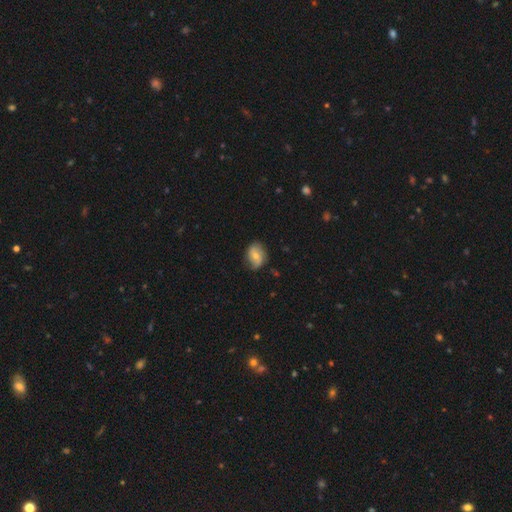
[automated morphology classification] This is possibly a smooth galaxy (54%). How rounded: likely in between (63%). Merging: likely none (70%).